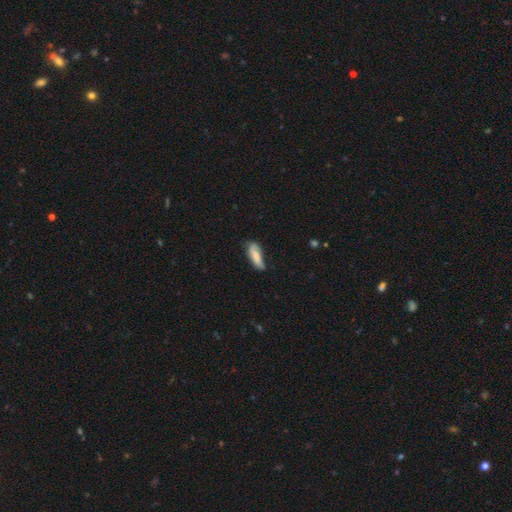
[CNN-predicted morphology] Q: Smooth or featured?
A: smooth (80%); runner-up: featured or disk (14%)
Q: How rounded?
A: in between (51%); runner-up: cigar-shaped (47%)
Q: Merging?
A: none (53%); runner-up: minor disturbance (35%)